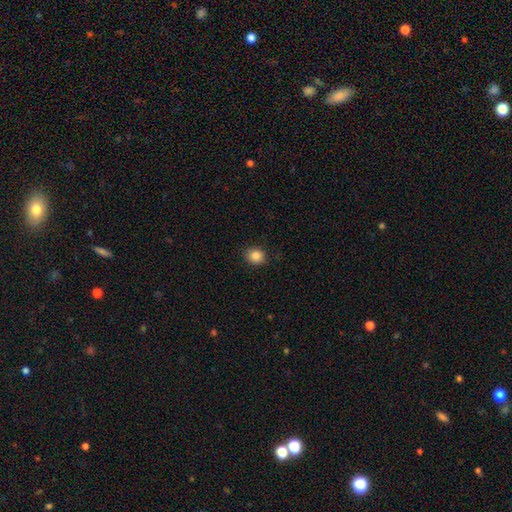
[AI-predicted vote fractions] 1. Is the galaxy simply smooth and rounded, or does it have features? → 86% smooth, 10% star or artifact, 4% featured or disk.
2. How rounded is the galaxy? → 73% round, 26% in between, 1% cigar-shaped.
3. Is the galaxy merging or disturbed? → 89% none, 8% minor disturbance, 2% major disturbance, 1% merger.